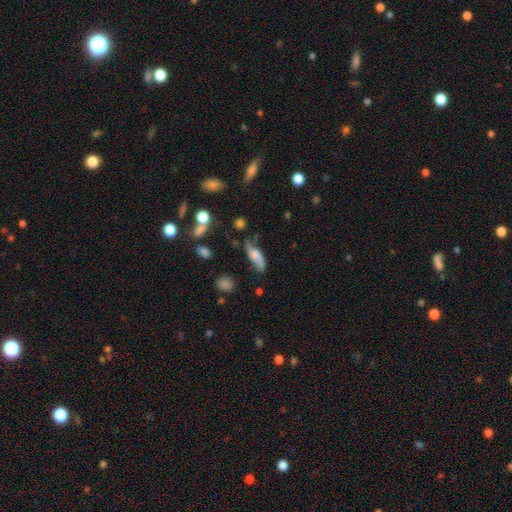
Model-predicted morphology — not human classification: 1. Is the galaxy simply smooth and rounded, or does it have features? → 47% smooth, 44% featured or disk, 9% star or artifact.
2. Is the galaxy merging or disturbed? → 50% none, 30% minor disturbance, 14% major disturbance, 6% merger.